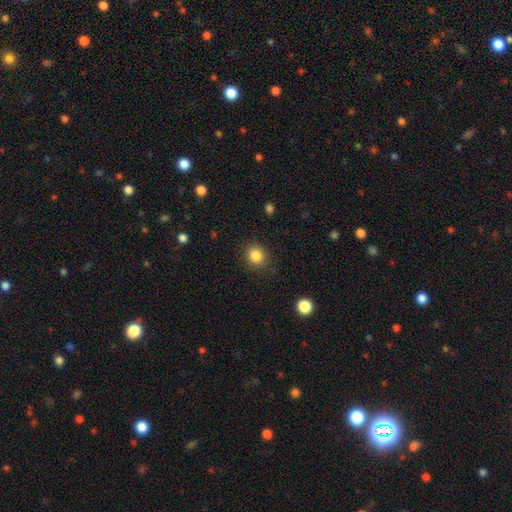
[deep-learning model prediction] Smooth or featured? smooth (85%)
How rounded? round (80%)
Merging? none (87%)